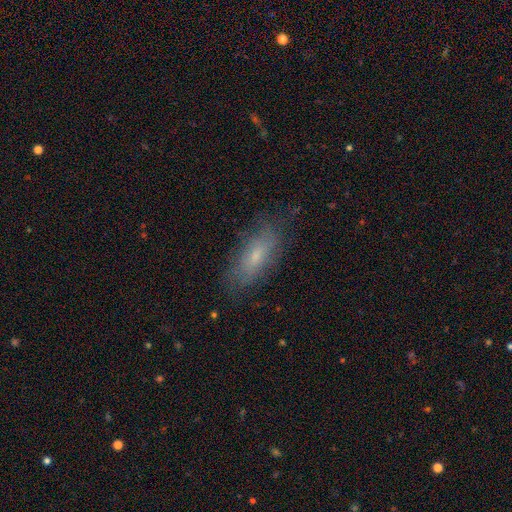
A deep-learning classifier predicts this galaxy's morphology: type=smooth (60%); roundness=in between (67%); merging=none (75%).